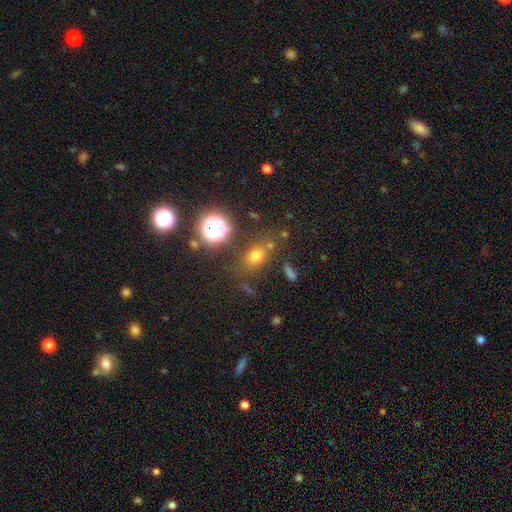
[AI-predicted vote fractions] Smooth or featured: smooth — 68% (star or artifact — 21%)
How rounded: in between — 56% (round — 41%)
Merging: none — 73% (minor disturbance — 14%)